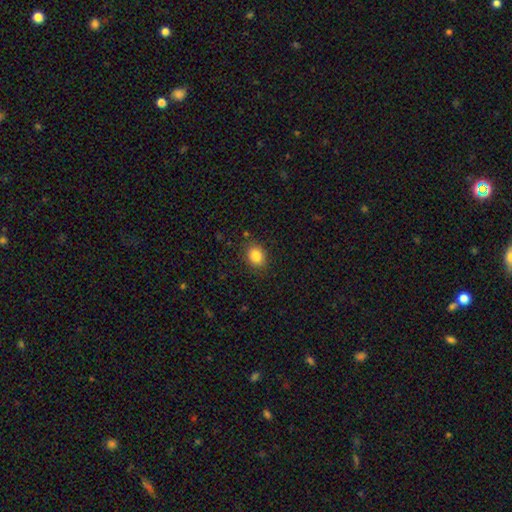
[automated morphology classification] Smooth or featured: smooth — 84% (star or artifact — 10%)
How rounded: in between — 50% (round — 49%)
Merging: none — 85% (minor disturbance — 11%)